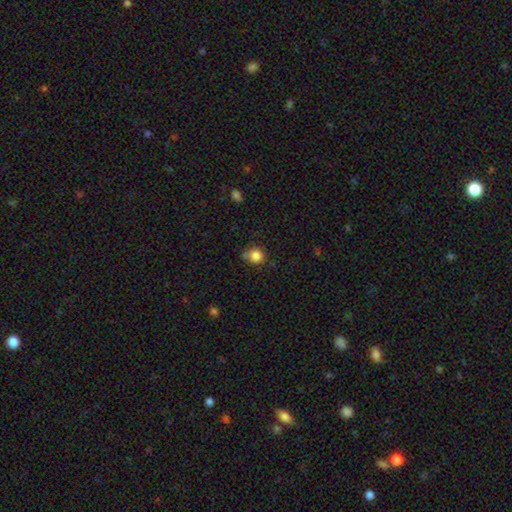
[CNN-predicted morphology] smooth 83%, star or artifact 11%, featured or disk 5%. Down the decision tree: how rounded — round (84%); merging — none (63%).